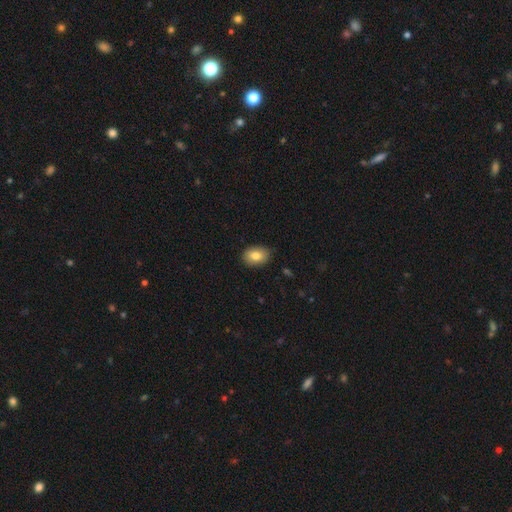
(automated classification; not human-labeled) Overall: smooth (83%). How rounded: in between (81%). Merging: none (87%).